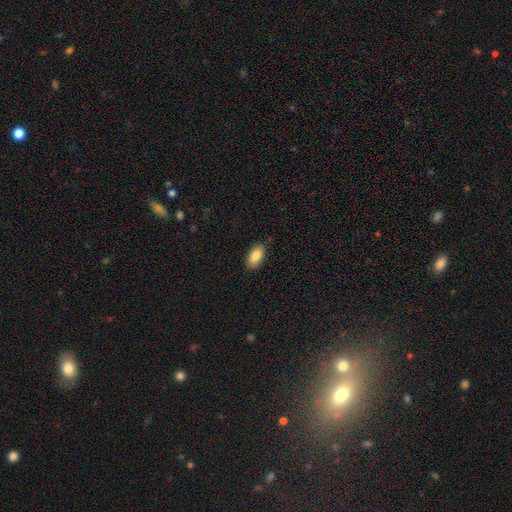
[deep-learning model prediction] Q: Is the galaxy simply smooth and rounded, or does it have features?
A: smooth — 86%.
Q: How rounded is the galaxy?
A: in between — 93%.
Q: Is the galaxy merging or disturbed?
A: none — 87%.